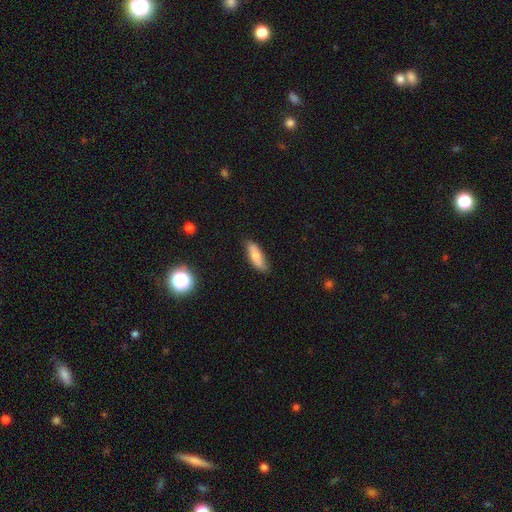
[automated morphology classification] smooth-or-featured: smooth: 75% | featured or disk: 18% | star or artifact: 7%
  how-rounded: in between: 56% | cigar-shaped: 42% | round: 2%
  merging: none: 78% | minor disturbance: 18% | major disturbance: 3% | merger: 2%